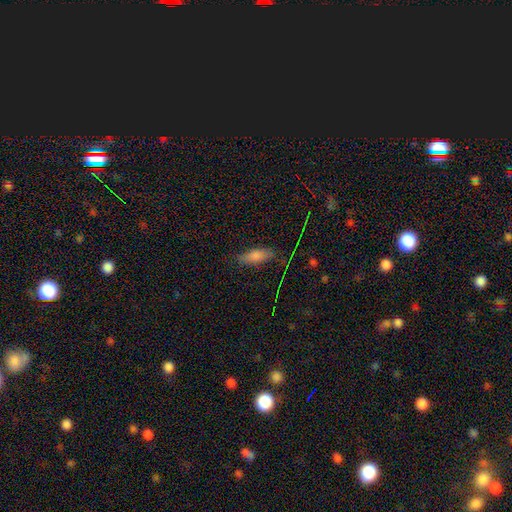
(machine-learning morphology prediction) A smooth galaxy with no disk features (70%) that is in between round and cigar-shaped (60%).

Vote fractions:
- Smooth or featured? smooth: 70% / featured or disk: 17% / star or artifact: 13%
- How rounded? in between: 60% / cigar-shaped: 37% / round: 3%
- Merging? none: 73% / minor disturbance: 19% / major disturbance: 6% / merger: 2%